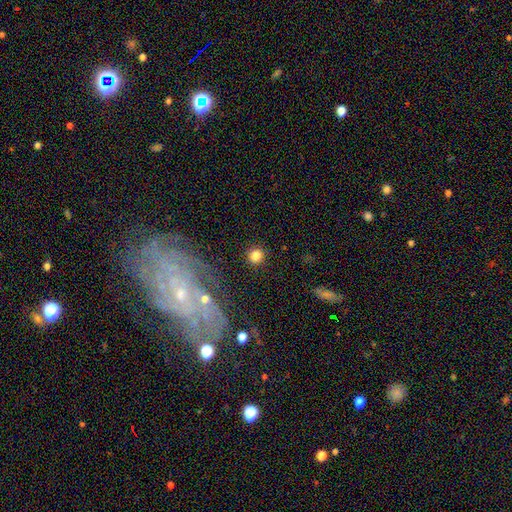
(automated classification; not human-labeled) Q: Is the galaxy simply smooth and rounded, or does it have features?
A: smooth — 81%.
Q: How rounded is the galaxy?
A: round — 92%.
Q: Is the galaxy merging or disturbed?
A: none — 89%.